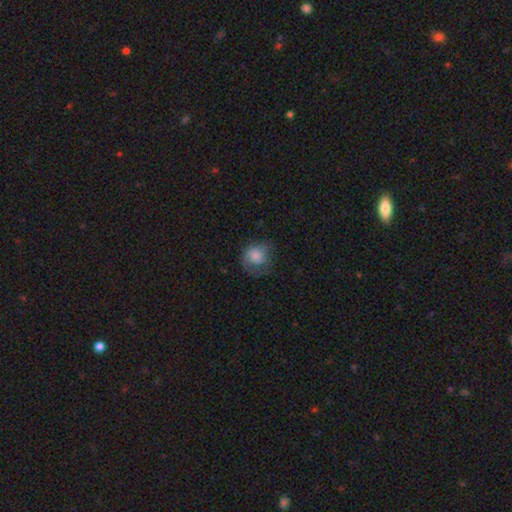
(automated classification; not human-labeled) The model was most divided on "merging": none: 46%, minor disturbance: 27%, major disturbance: 25%, merger: 1%. More confident: how rounded — round (74%); smooth or featured — smooth (72%).